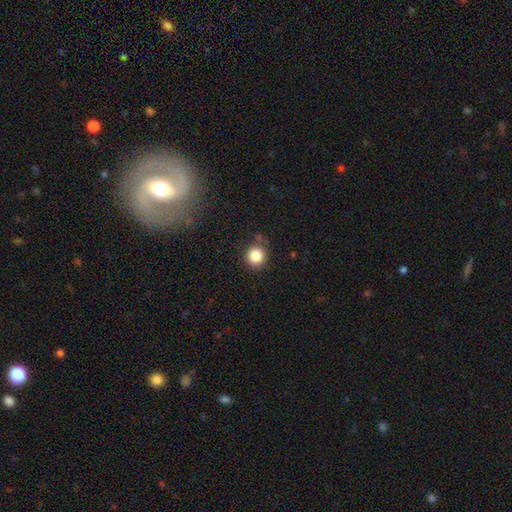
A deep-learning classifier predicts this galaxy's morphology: Smooth or featured? smooth (85%)
How rounded? round (91%)
Merging? none (82%)